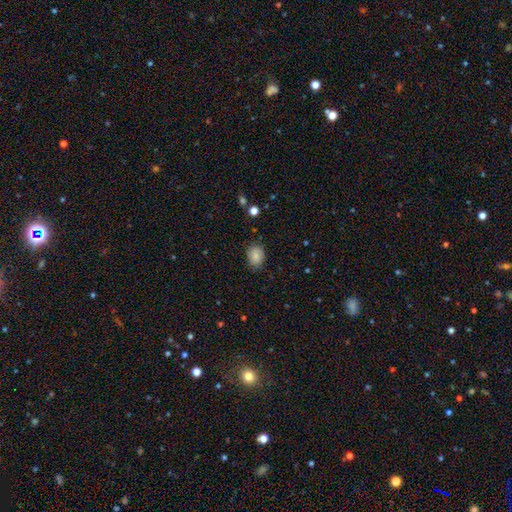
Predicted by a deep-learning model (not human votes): Smooth or featured? Predicted: smooth (p=0.84). How rounded? Predicted: in between (p=0.61). Merging? Predicted: none (p=0.79).